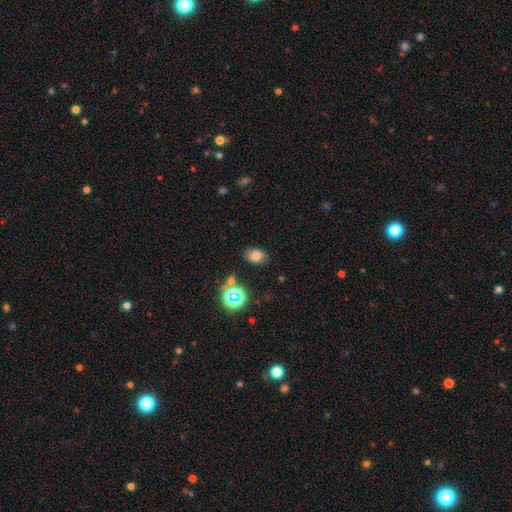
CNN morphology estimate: smooth-or-featured: smooth: 73% | star or artifact: 17% | featured or disk: 10%
  how-rounded: in between: 74% | round: 25% | cigar-shaped: 1%
  merging: none: 80% | minor disturbance: 13% | major disturbance: 4% | merger: 3%